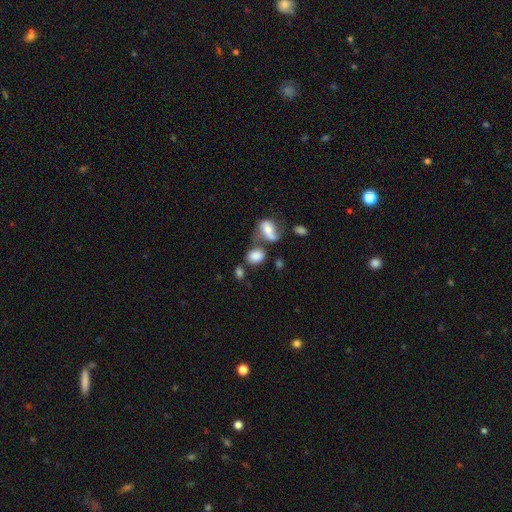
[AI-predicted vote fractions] Smooth or featured? Predicted: smooth (p=0.80). How rounded? Predicted: in between (p=0.71). Merging? Predicted: none (p=0.43).